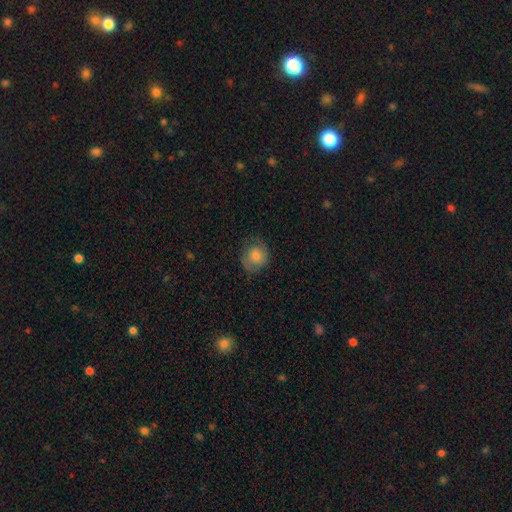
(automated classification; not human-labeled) The model was most divided on "smooth or featured": smooth: 64%, featured or disk: 27%, star or artifact: 9%. More confident: how rounded — round (79%); merging — none (69%).